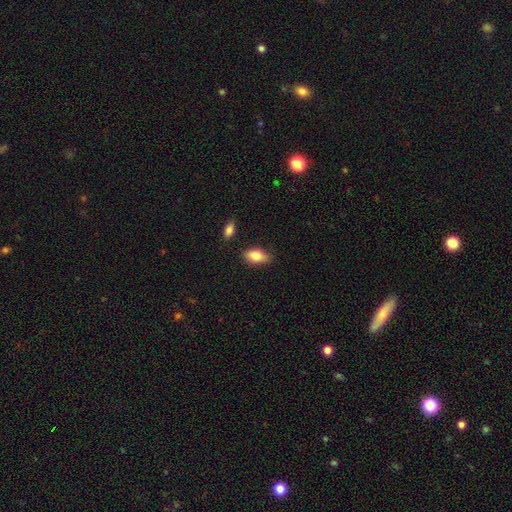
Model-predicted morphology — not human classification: Q: Smooth or featured?
A: smooth (77%); runner-up: featured or disk (16%)
Q: How rounded?
A: in between (87%); runner-up: cigar-shaped (8%)
Q: Merging?
A: none (77%); runner-up: minor disturbance (16%)